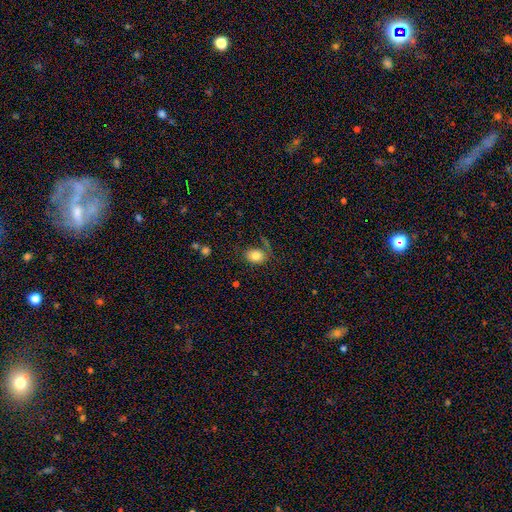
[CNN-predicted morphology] smooth-or-featured: smooth: 81% | featured or disk: 10% | star or artifact: 9%
  how-rounded: in between: 65% | round: 34% | cigar-shaped: 1%
  merging: none: 69% | minor disturbance: 16% | major disturbance: 9% | merger: 7%